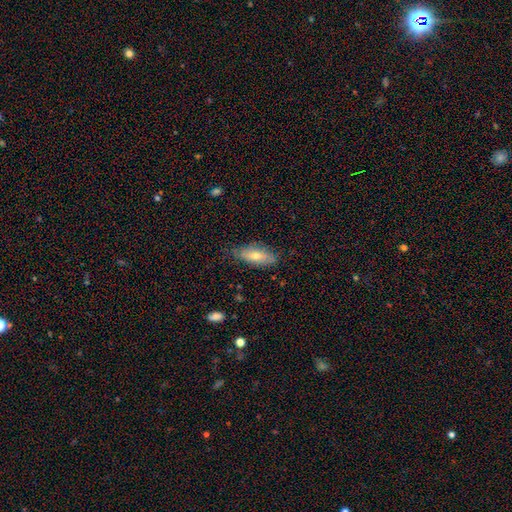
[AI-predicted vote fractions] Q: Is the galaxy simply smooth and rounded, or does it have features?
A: smooth — 59%.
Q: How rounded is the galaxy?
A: in between — 75%.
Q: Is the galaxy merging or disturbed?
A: none — 75%.